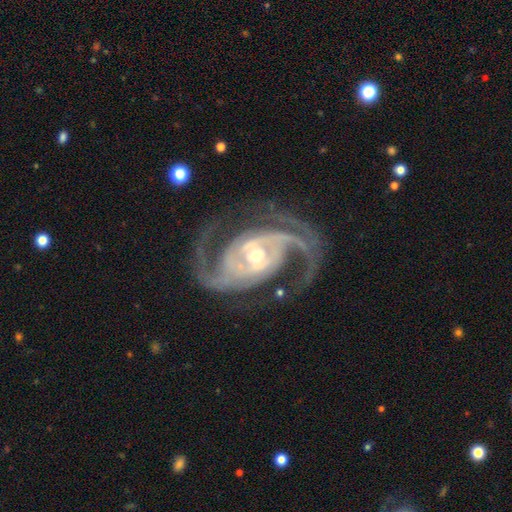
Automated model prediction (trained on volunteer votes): Smooth or featured?
  - featured or disk: 93% *
  - star or artifact: 5%
  - smooth: 2%
Edge-on disk?
  - no: 98% *
  - yes: 2%
Bar?
  - no: 40% *
  - weak: 37%
  - strong: 24%
Spiral arms?
  - yes: 99% *
  - no: 1%
Spiral winding?
  - medium: 55% *
  - tight: 33%
  - loose: 12%
Spiral arm count?
  - 2: 70% *
  - 3: 15%
  - can't tell: 5%
  - 4: 4%
  - 1: 3%
  - more than 4: 3%
Bulge size?
  - moderate: 56% *
  - small: 37%
  - large: 5%
  - none: 1%
  - dominant: 1%
Merging?
  - none: 74% *
  - minor disturbance: 14%
  - major disturbance: 9%
  - merger: 2%